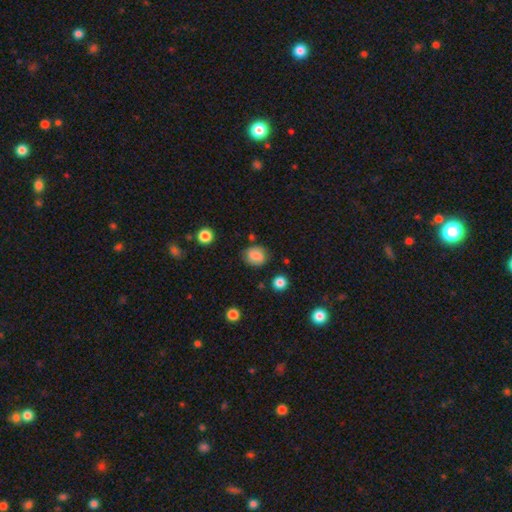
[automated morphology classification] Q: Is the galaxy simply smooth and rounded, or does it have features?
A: smooth — 80%.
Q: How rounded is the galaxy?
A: round — 64%.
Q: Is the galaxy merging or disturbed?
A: none — 75%.